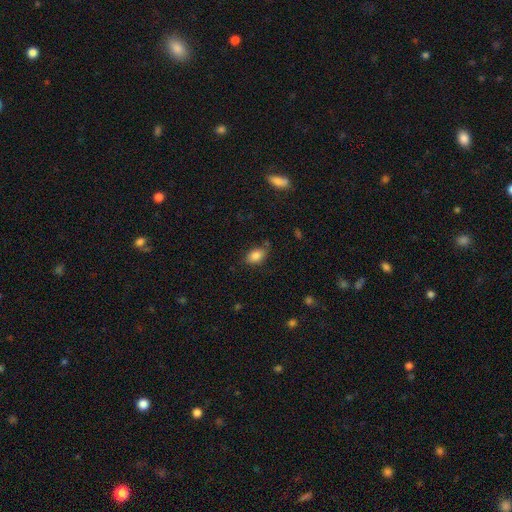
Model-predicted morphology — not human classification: Overall: smooth (84%). How rounded: in between (87%). Merging: none (76%).